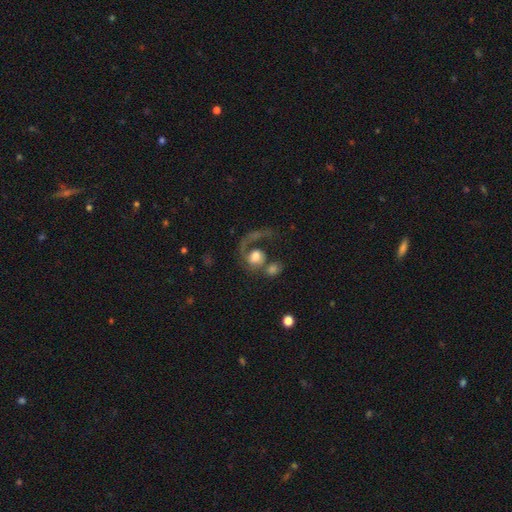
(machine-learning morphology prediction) This appears to be a featured or disk galaxy (52%) with no bar (73%), spiral arms (75%) and a moderate central bulge (43%). Merging: major disturbance (38%).